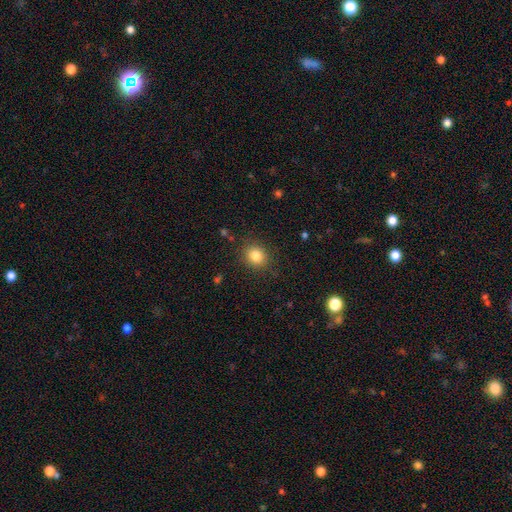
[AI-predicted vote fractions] Smooth or featured? Predicted: smooth (p=0.83). How rounded? Predicted: round (p=0.76). Merging? Predicted: none (p=0.87).